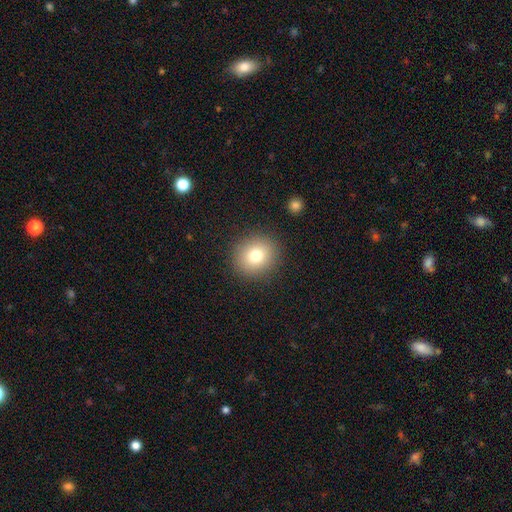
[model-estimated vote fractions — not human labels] The model was most divided on "smooth or featured": smooth: 77%, star or artifact: 12%, featured or disk: 11%. More confident: merging — none (90%); how rounded — round (84%).